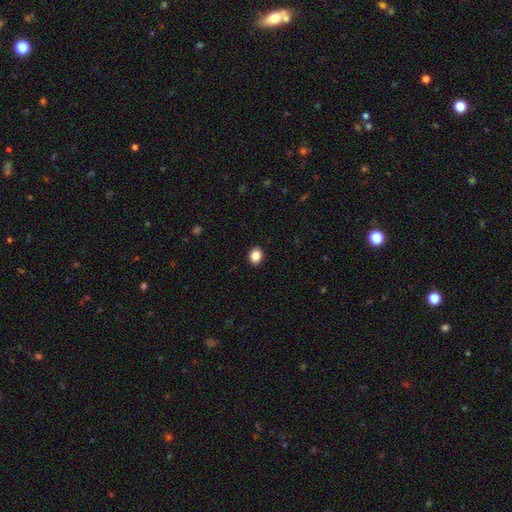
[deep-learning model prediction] Overall: smooth (88%). How rounded: round (63%; in between 36%). Merging: none (92%).